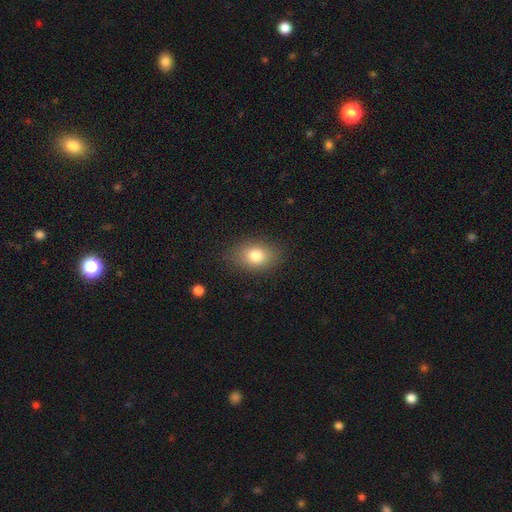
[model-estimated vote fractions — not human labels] A smooth galaxy with no disk features (79%) that is in between round and cigar-shaped (75%). Merging: none (84%).